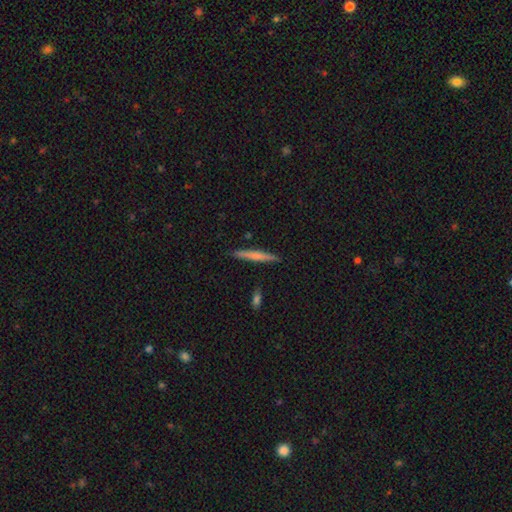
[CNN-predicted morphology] smooth_or_featured: smooth (p=0.57) [alt: featured or disk p=0.37]
how_rounded: cigar-shaped (p=0.95) [alt: in between p=0.03]
merging: none (p=0.90) [alt: minor disturbance p=0.07]